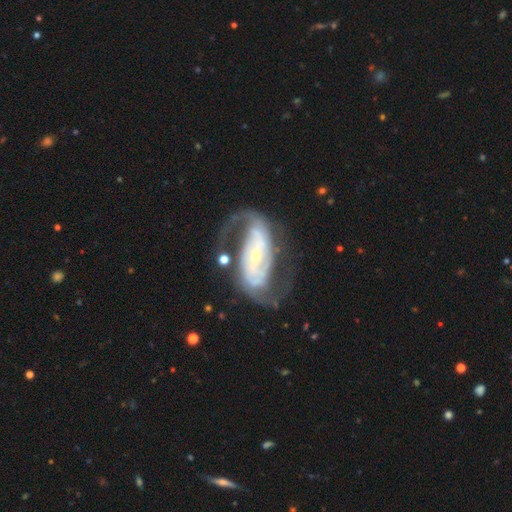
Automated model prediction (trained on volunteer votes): featured or disk 88%, smooth 7%, star or artifact 5%. Down the decision tree: edge-on disk — no (95%); bar — strong (36%); spiral arms — yes (94%); spiral arm count — 2 (79%); spiral winding — medium (46%); bulge size — small (69%); merging — none (57%).